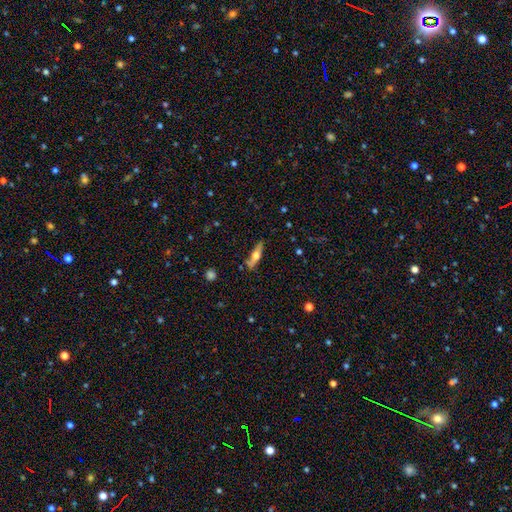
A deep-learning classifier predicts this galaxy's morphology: This appears to be a featured or disk galaxy (51%) viewed edge-on (91%). Merging: none (79%).